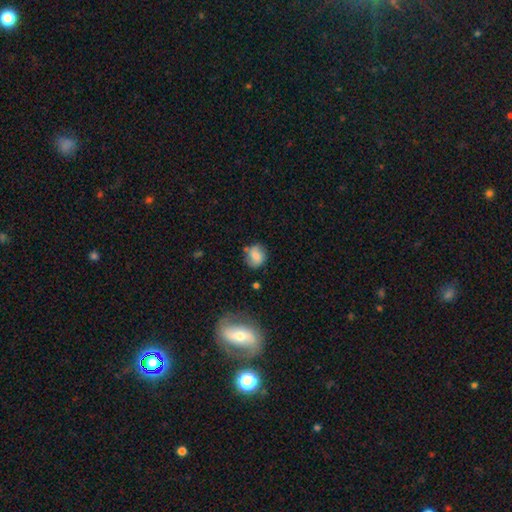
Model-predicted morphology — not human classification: Smooth or featured?
  - smooth: 71% *
  - featured or disk: 19%
  - star or artifact: 10%
How rounded?
  - round: 67% *
  - in between: 32%
  - cigar-shaped: 1%
Merging?
  - none: 64% *
  - minor disturbance: 23%
  - major disturbance: 7%
  - merger: 5%